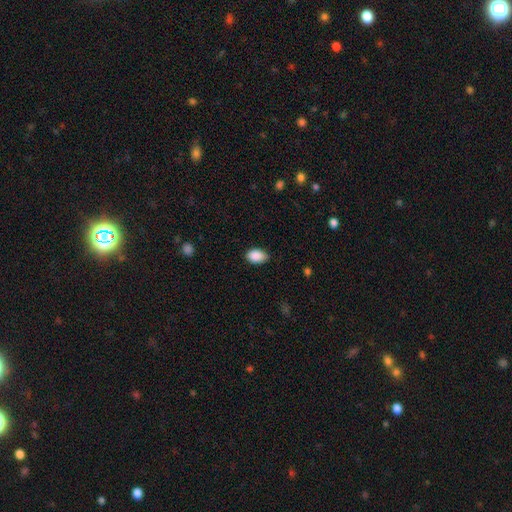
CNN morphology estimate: type=smooth (89%); roundness=in between (89%); merging=none (76%).